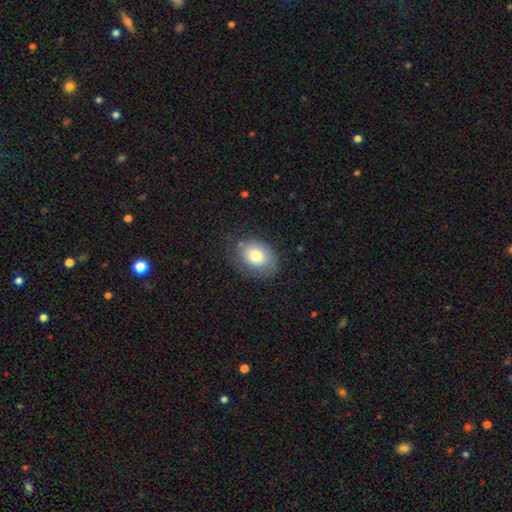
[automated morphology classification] This appears to be a smooth galaxy with no disk features (75%) that is in between round and cigar-shaped (70%). Merging: none (69%).